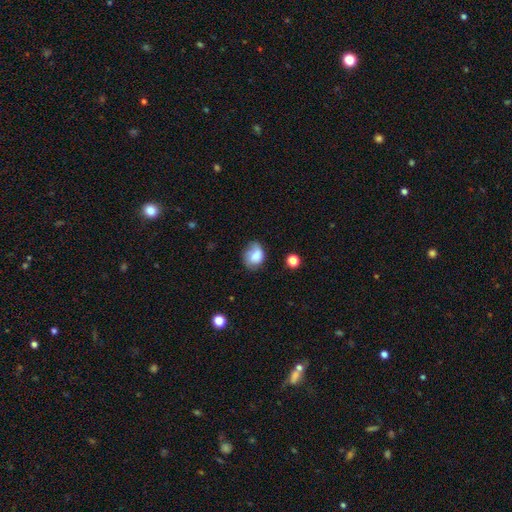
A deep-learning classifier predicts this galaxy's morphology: Smooth or featured: smooth — 74% (featured or disk — 17%)
How rounded: in between — 50% (round — 49%)
Merging: none — 55% (minor disturbance — 32%)